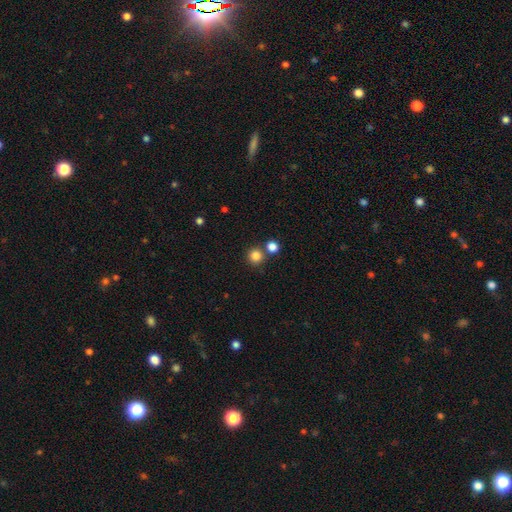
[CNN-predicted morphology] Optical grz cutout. It shows a smooth galaxy with no disk features (83%) that is round (93%). Merging: none (74%).